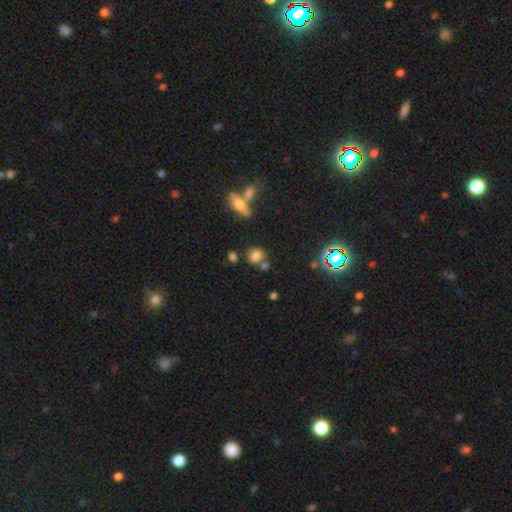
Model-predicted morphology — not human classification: Smooth or featured: smooth — 74% (star or artifact — 17%)
How rounded: round — 70% (in between — 28%)
Merging: none — 63% (merger — 21%)